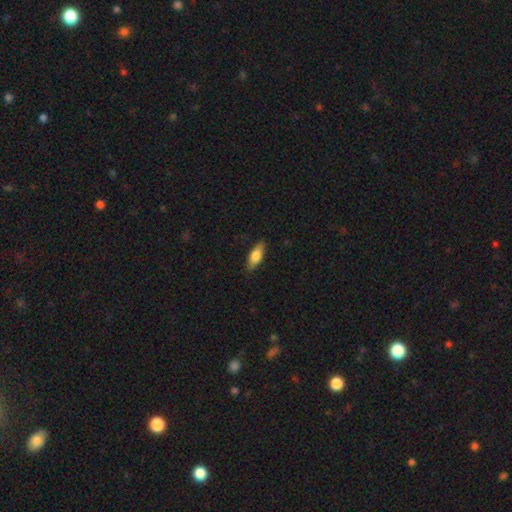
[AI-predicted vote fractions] Q: Smooth or featured?
A: smooth (72%); runner-up: featured or disk (21%)
Q: How rounded?
A: in between (71%); runner-up: cigar-shaped (26%)
Q: Merging?
A: none (83%); runner-up: minor disturbance (14%)